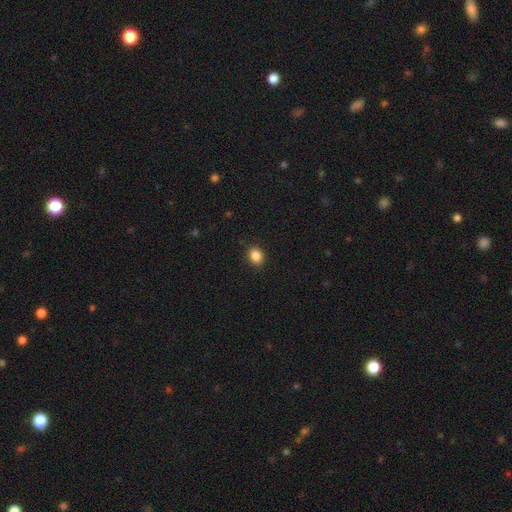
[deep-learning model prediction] smooth 86%, star or artifact 10%, featured or disk 4%. Down the decision tree: how rounded — in between (51%); merging — none (89%).